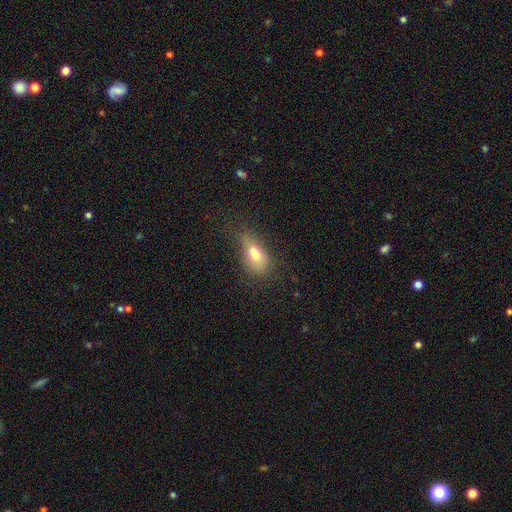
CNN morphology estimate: This is likely a smooth galaxy (69%). How rounded: clearly in between (82%). Merging: marginally none (44%).